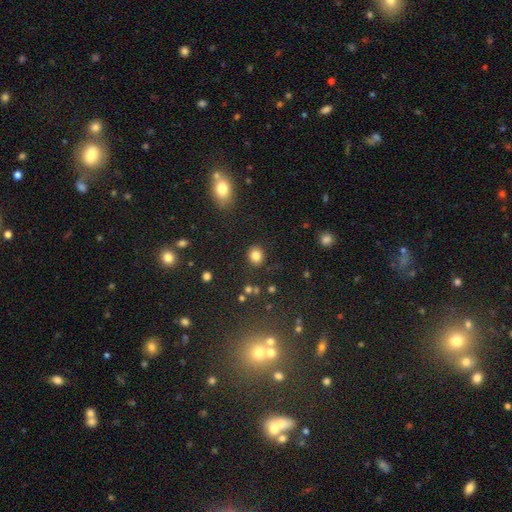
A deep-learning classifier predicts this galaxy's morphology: This appears to be a smooth galaxy with no disk features (83%) that is round (71%). Merging: none (87%).